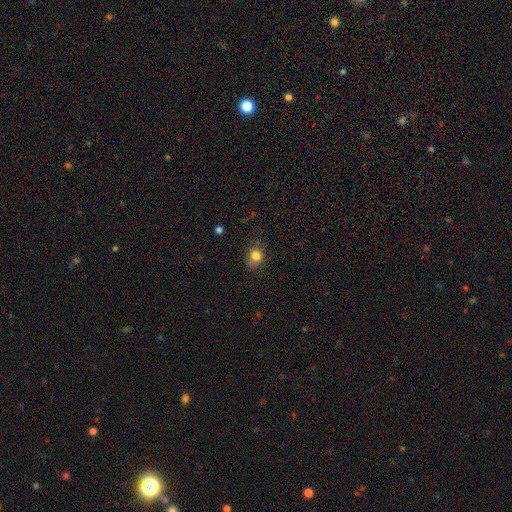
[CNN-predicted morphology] This appears to be a smooth galaxy with no disk features (79%) that is round (54%). Merging: none (64%).